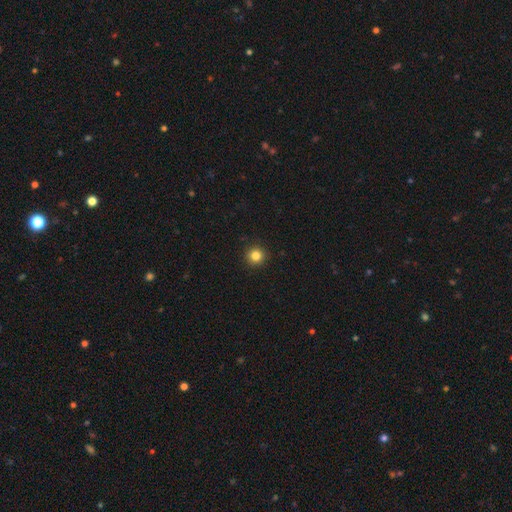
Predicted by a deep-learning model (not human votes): Q: Smooth or featured?
A: smooth (84%); runner-up: star or artifact (12%)
Q: How rounded?
A: round (95%); runner-up: in between (4%)
Q: Merging?
A: none (93%); runner-up: minor disturbance (4%)